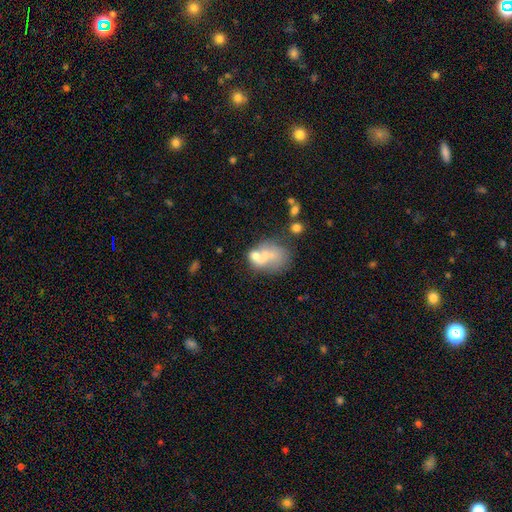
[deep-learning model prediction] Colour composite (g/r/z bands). It shows a smooth galaxy with no disk features (48%). Merging: merger (35%).